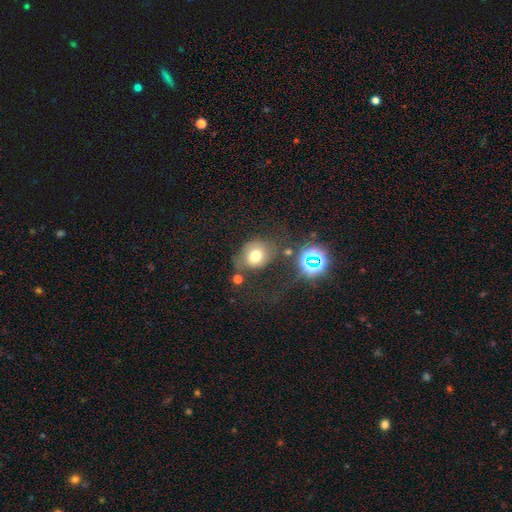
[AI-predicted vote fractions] Q: Smooth or featured?
A: smooth (67%); runner-up: star or artifact (17%)
Q: How rounded?
A: round (63%); runner-up: in between (36%)
Q: Merging?
A: none (51%); runner-up: minor disturbance (22%)